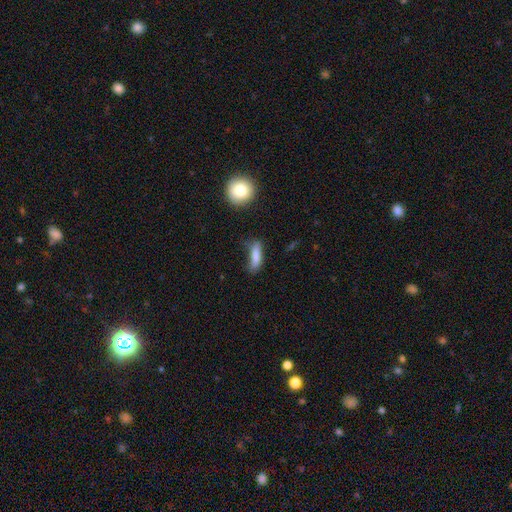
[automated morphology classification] A smooth galaxy with no disk features (79%) that is cigar-shaped (58%). Merging: none (51%).